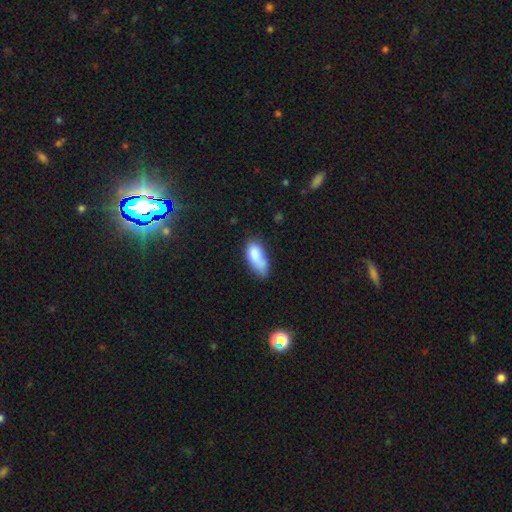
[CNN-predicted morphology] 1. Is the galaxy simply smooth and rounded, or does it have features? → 80% smooth, 11% featured or disk, 8% star or artifact.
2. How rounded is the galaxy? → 86% in between, 11% cigar-shaped, 3% round.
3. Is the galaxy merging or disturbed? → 45% none, 31% minor disturbance, 12% major disturbance, 12% merger.